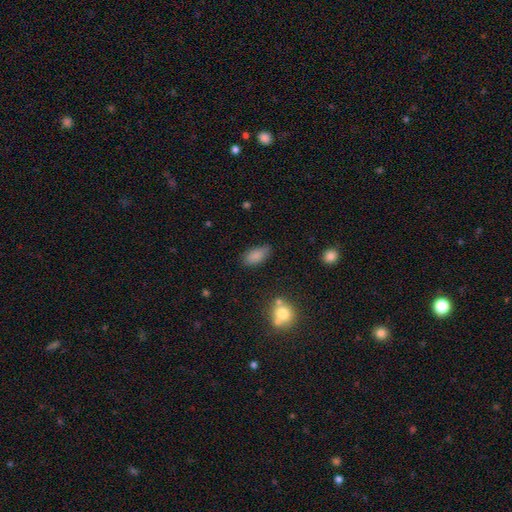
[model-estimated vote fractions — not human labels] smooth_or_featured: smooth (p=0.83) [alt: star or artifact p=0.09]
how_rounded: in between (p=0.89) [alt: cigar-shaped p=0.07]
merging: none (p=0.77) [alt: minor disturbance p=0.17]